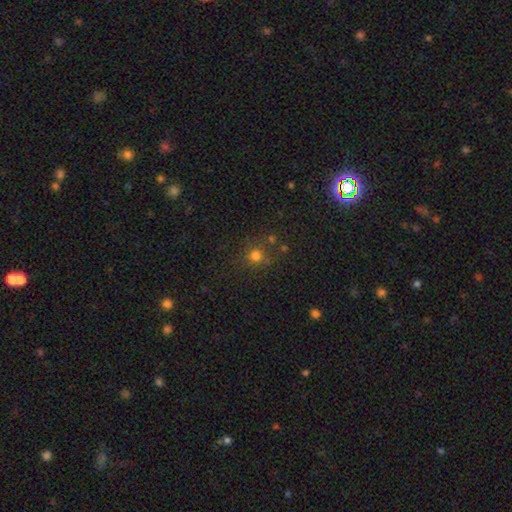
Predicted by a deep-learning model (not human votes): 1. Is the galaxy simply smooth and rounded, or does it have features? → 70% smooth, 22% star or artifact, 8% featured or disk.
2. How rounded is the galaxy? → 88% round, 10% in between, 1% cigar-shaped.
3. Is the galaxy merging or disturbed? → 76% none, 12% minor disturbance, 7% merger, 5% major disturbance.